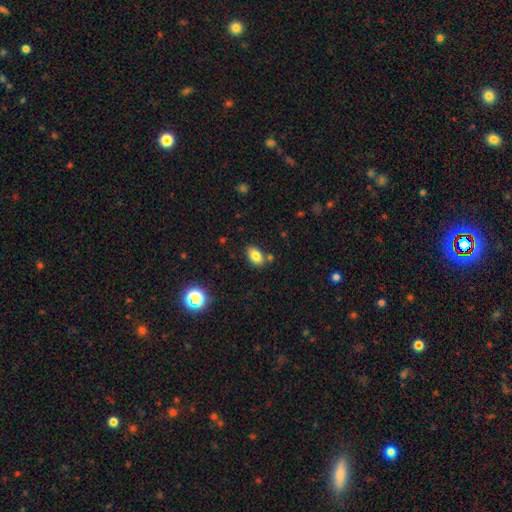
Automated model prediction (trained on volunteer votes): Smooth or featured? Predicted: smooth (p=0.81). How rounded? Predicted: in between (p=0.88). Merging? Predicted: none (p=0.77).